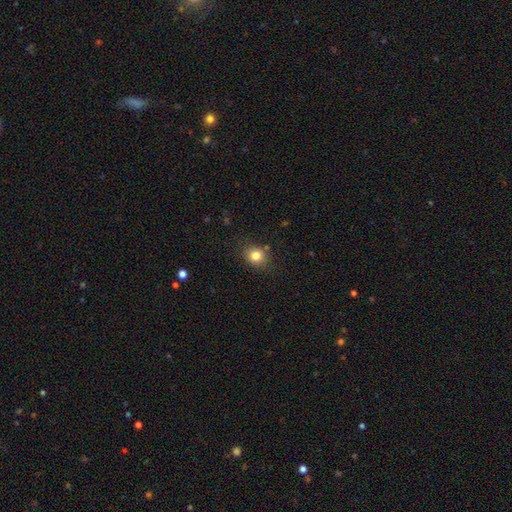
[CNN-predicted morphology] A smooth galaxy with no disk features (82%) that is round (69%).

Vote fractions:
- Smooth or featured? smooth: 82% / star or artifact: 11% / featured or disk: 7%
- How rounded? round: 69% / in between: 30% / cigar-shaped: 1%
- Merging? none: 81% / minor disturbance: 13% / merger: 3% / major disturbance: 3%